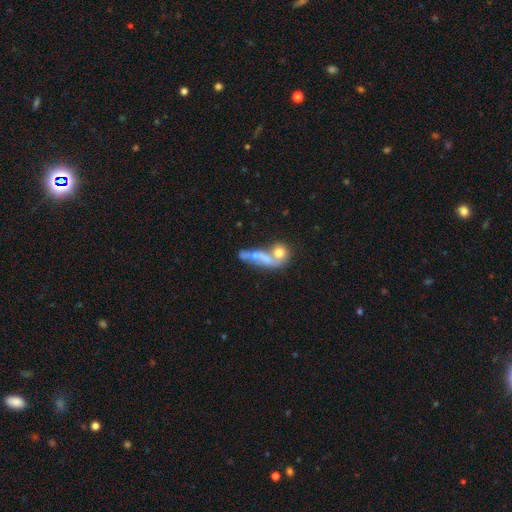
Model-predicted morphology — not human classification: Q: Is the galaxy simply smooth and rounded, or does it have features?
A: featured or disk — 46%.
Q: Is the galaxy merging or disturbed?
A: merger — 50%.